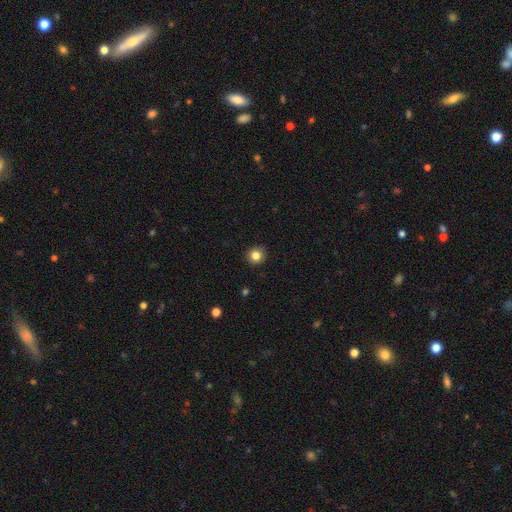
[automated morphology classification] A smooth galaxy with no disk features (83%) that is round (93%).

Vote fractions:
- Smooth or featured? smooth: 83% / star or artifact: 11% / featured or disk: 5%
- How rounded? round: 93% / in between: 6% / cigar-shaped: 1%
- Merging? none: 90% / minor disturbance: 7% / major disturbance: 2% / merger: 1%